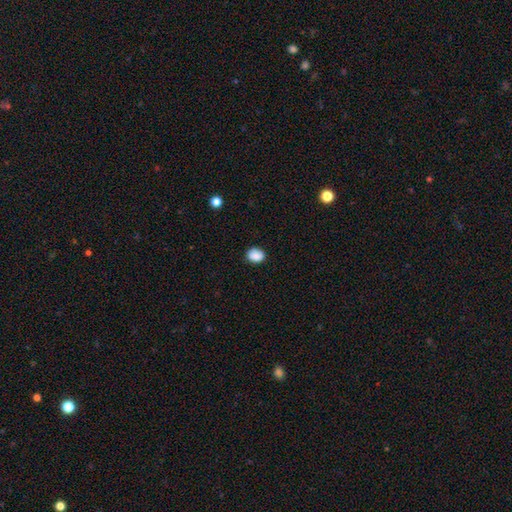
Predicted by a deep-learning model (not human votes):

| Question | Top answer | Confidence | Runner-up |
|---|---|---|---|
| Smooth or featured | smooth | 87% | star or artifact (9%) |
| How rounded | in between | 50% | round (49%) |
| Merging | none | 80% | minor disturbance (15%) |